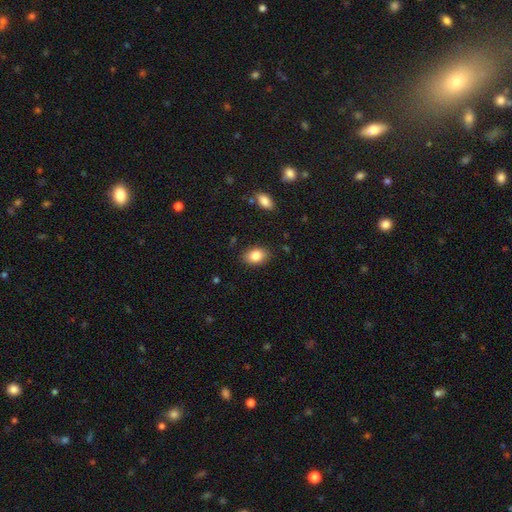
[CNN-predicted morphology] Smooth or featured? Predicted: smooth (p=0.84). How rounded? Predicted: in between (p=0.81). Merging? Predicted: none (p=0.86).